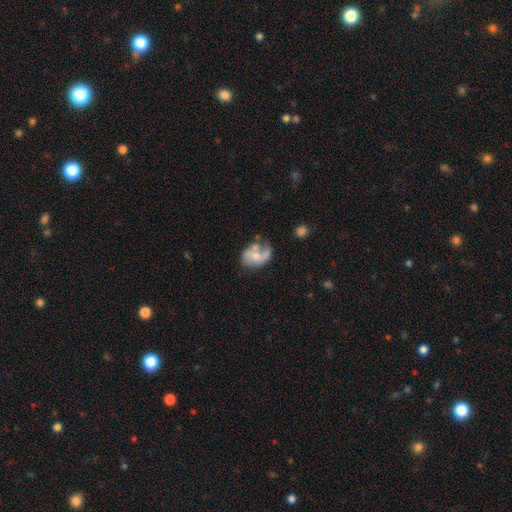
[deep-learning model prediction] Smooth or featured? featured or disk (61%)
Edge-on disk? no (97%)
Bar? no (66%)
Spiral arms? yes (76%)
Bulge size? moderate (45%)
Merging? none (39%)